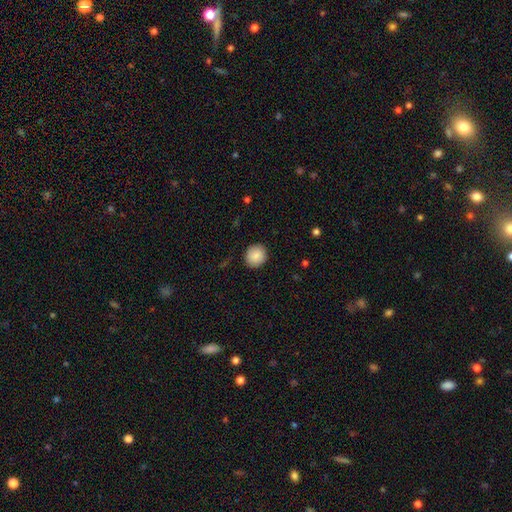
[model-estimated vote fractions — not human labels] This is clearly a smooth galaxy (87%). How rounded: clearly round (85%). Merging: clearly none (89%).